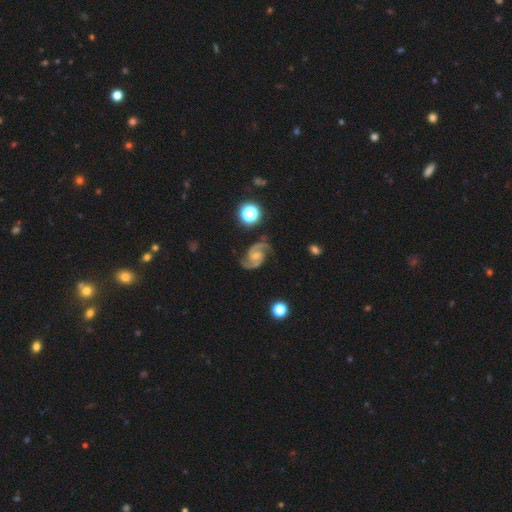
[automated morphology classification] Overall: featured or disk (92%). Edge-on disk: no (98%). Bar: no (57%; weak 33%). Spiral arms: yes (99%). Spiral arm count: 2 (93%). Spiral winding: medium (61%; tight 25%). Bulge size: small (55%; moderate 38%). Merging: none (79%).